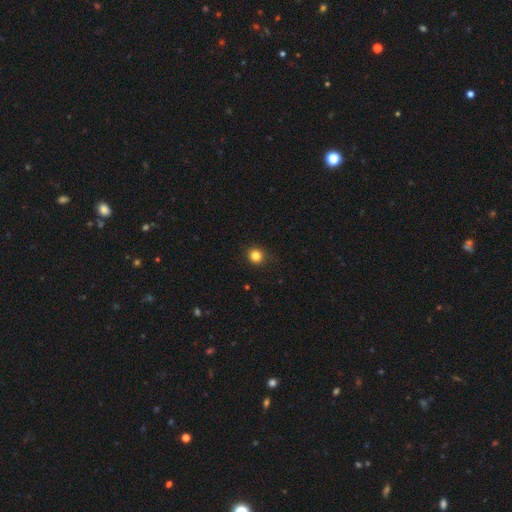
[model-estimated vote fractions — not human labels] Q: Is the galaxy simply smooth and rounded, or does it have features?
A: smooth — 84%.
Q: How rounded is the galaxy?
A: round — 89%.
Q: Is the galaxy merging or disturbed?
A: none — 88%.